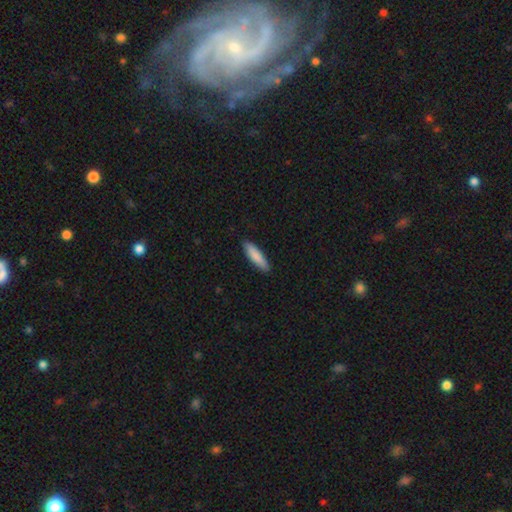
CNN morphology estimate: Overall: smooth (86%). How rounded: cigar-shaped (70%). Merging: none (89%).